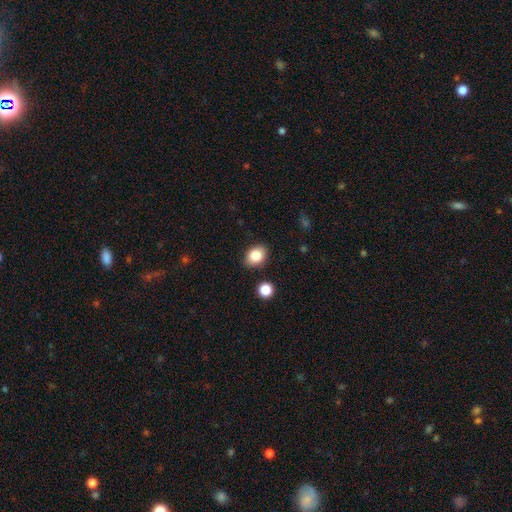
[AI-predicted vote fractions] Smooth or featured?
  - smooth: 84% *
  - star or artifact: 9%
  - featured or disk: 7%
How rounded?
  - in between: 68% *
  - round: 31%
  - cigar-shaped: 1%
Merging?
  - none: 86% *
  - minor disturbance: 9%
  - merger: 2%
  - major disturbance: 2%